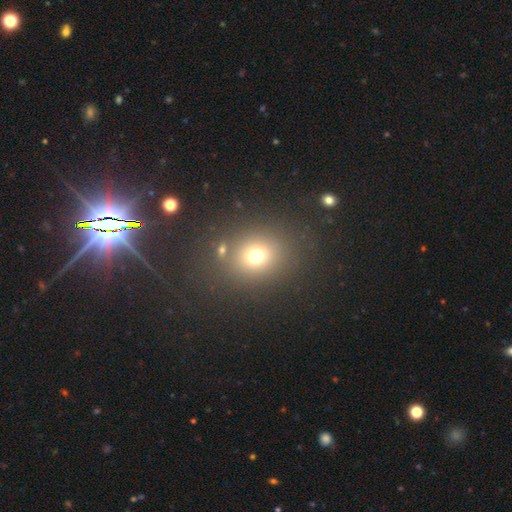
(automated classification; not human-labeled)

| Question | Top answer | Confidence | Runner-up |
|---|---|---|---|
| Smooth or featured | smooth | 71% | star or artifact (19%) |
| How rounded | round | 68% | in between (31%) |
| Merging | none | 78% | minor disturbance (10%) |